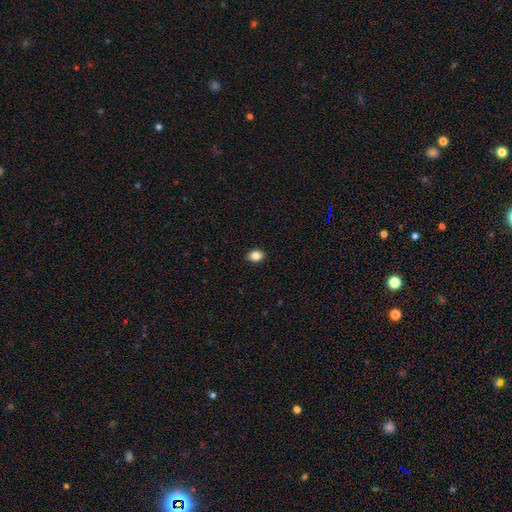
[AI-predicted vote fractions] This appears to be a smooth galaxy with no disk features (85%) that is in between round and cigar-shaped (73%). Merging: none (90%).